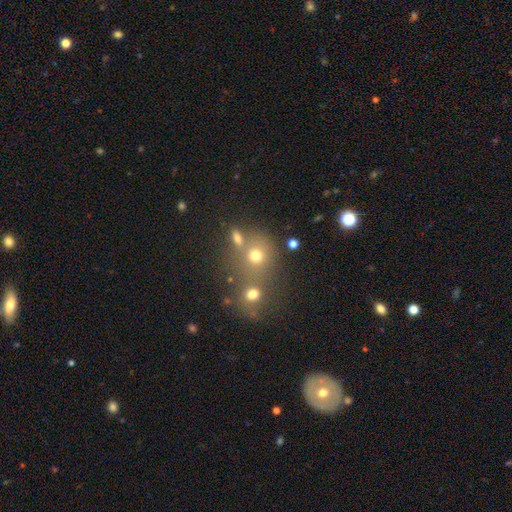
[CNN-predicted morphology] smooth-or-featured: smooth: 69% | star or artifact: 19% | featured or disk: 12%
  how-rounded: round: 78% | in between: 21% | cigar-shaped: 1%
  merging: none: 52% | merger: 34% | minor disturbance: 9% | major disturbance: 5%